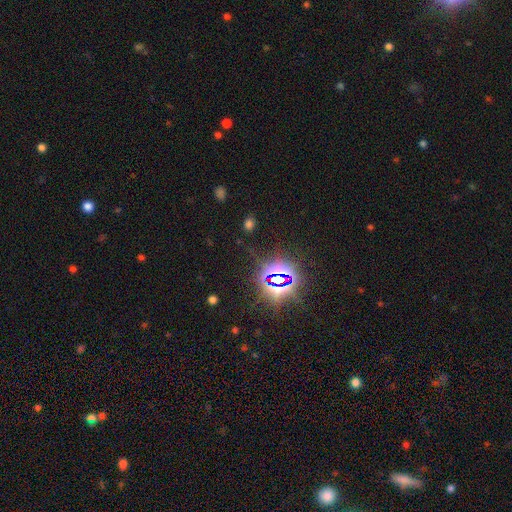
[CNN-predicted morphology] Smooth or featured?
  - star or artifact: 81% *
  - smooth: 11%
  - featured or disk: 8%